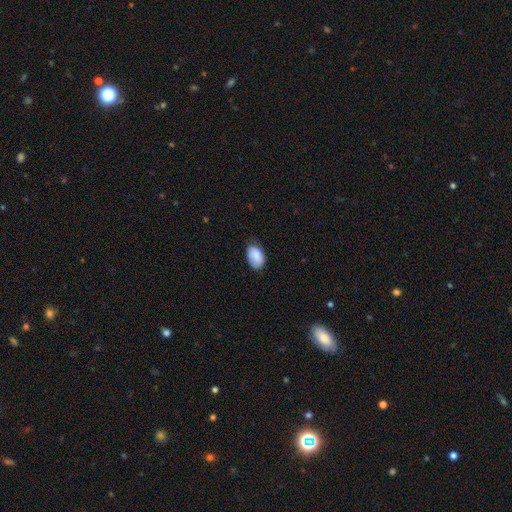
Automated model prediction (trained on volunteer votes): A smooth galaxy with no disk features (84%) that is in between round and cigar-shaped (90%).

Vote fractions:
- Smooth or featured? smooth: 84% / featured or disk: 9% / star or artifact: 7%
- How rounded? in between: 90% / round: 9% / cigar-shaped: 1%
- Merging? none: 65% / minor disturbance: 28% / major disturbance: 6% / merger: 1%